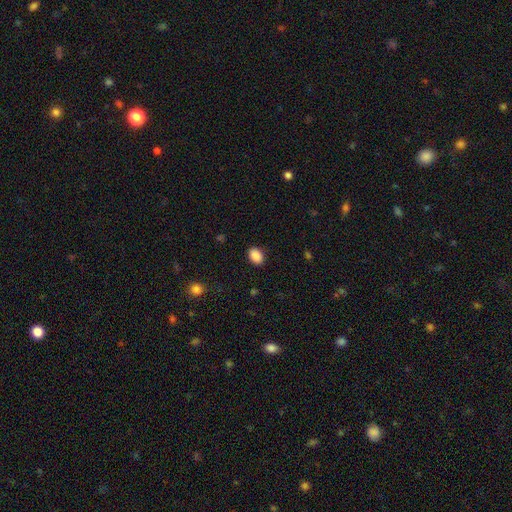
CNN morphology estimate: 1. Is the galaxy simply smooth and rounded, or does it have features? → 89% smooth, 8% star or artifact, 3% featured or disk.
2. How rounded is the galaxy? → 78% in between, 21% round, 1% cigar-shaped.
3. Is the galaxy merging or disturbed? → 88% none, 9% minor disturbance, 2% major disturbance, 1% merger.